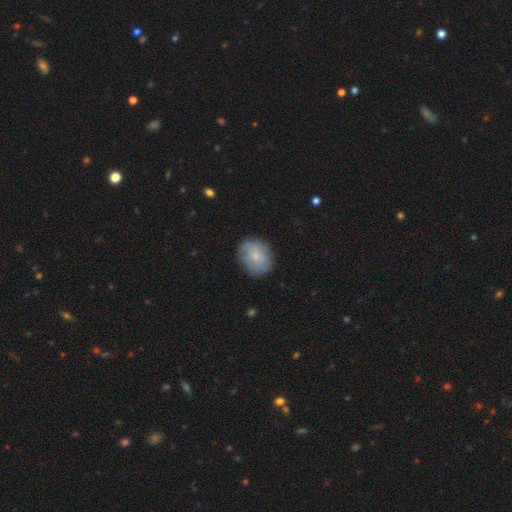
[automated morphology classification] Q: Smooth or featured?
A: smooth (70%); runner-up: featured or disk (23%)
Q: How rounded?
A: round (53%); runner-up: in between (46%)
Q: Merging?
A: none (79%); runner-up: minor disturbance (16%)